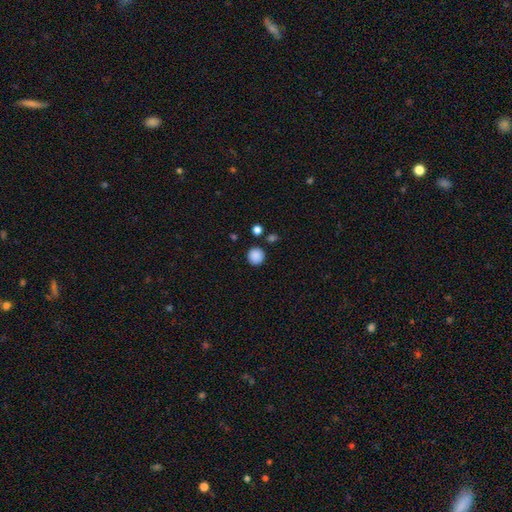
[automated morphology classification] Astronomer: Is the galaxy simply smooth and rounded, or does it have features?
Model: smooth — 87%.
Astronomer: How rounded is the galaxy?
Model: round — 94%.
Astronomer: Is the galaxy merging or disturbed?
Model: none — 87%.